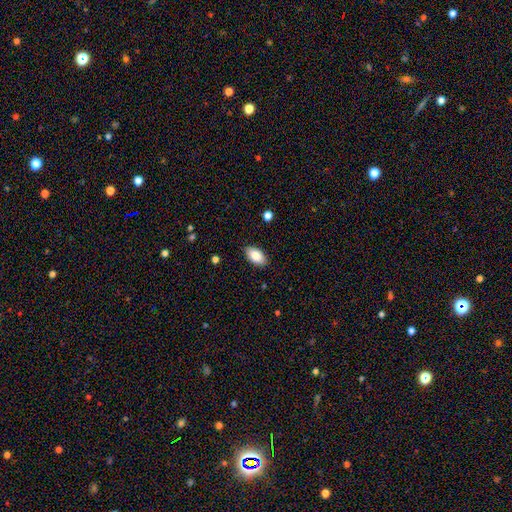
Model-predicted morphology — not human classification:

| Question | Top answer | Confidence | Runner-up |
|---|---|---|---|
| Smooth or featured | smooth | 86% | featured or disk (7%) |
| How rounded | in between | 94% | round (3%) |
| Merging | none | 87% | minor disturbance (10%) |